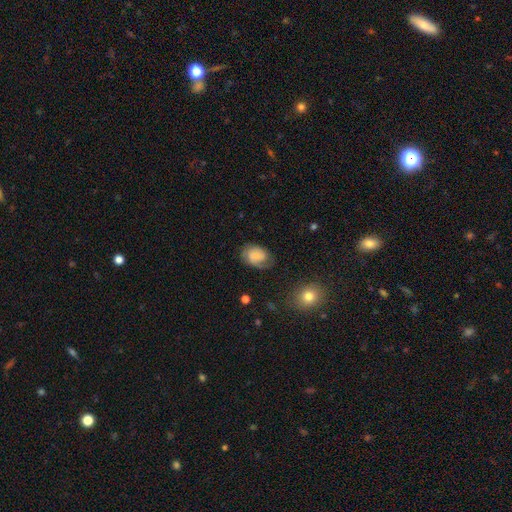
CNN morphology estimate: smooth_or_featured: smooth (p=0.48) [alt: featured or disk p=0.43]
merging: none (p=0.61) [alt: minor disturbance p=0.25]